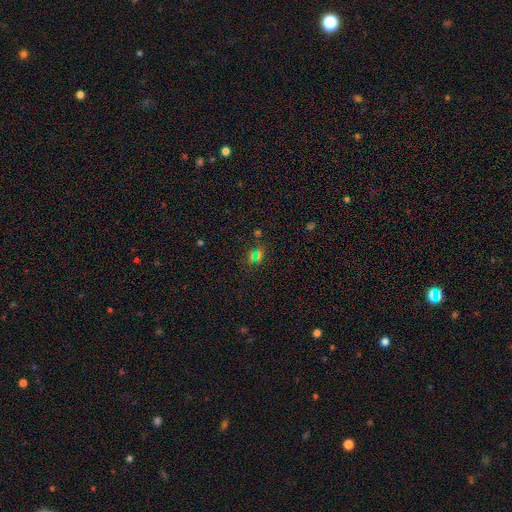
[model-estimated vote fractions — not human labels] This is possibly a star or artifact rather than a galaxy (53%).